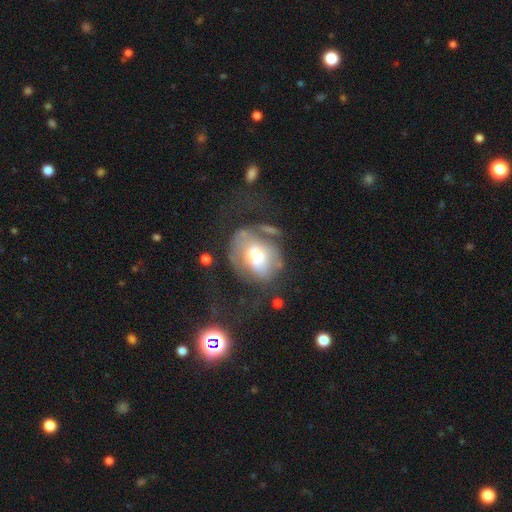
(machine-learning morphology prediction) Q: Smooth or featured?
A: featured or disk (48%); runner-up: smooth (43%)
Q: Merging?
A: none (37%); runner-up: major disturbance (34%)